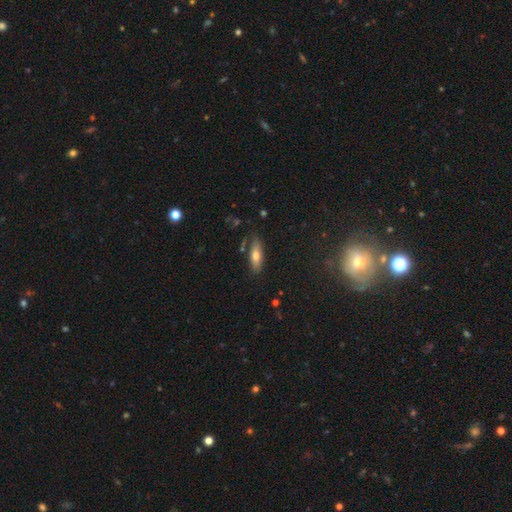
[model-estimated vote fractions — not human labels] smooth_or_featured: smooth (p=0.69) [alt: featured or disk p=0.23]
how_rounded: in between (p=0.58) [alt: cigar-shaped p=0.39]
merging: none (p=0.77) [alt: minor disturbance p=0.15]